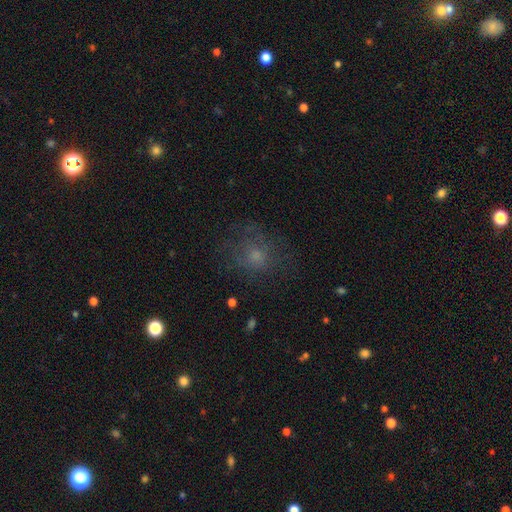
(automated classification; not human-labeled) Smooth or featured? smooth (58%)
How rounded? round (75%)
Merging? none (63%)